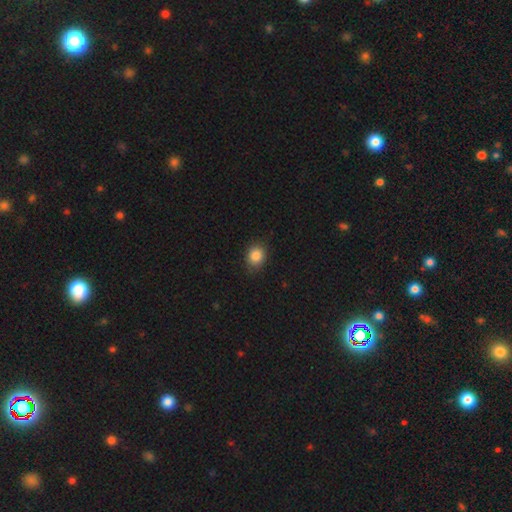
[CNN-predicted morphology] Smooth or featured? Predicted: smooth (p=0.86). How rounded? Predicted: round (p=0.63). Merging? Predicted: none (p=0.84).